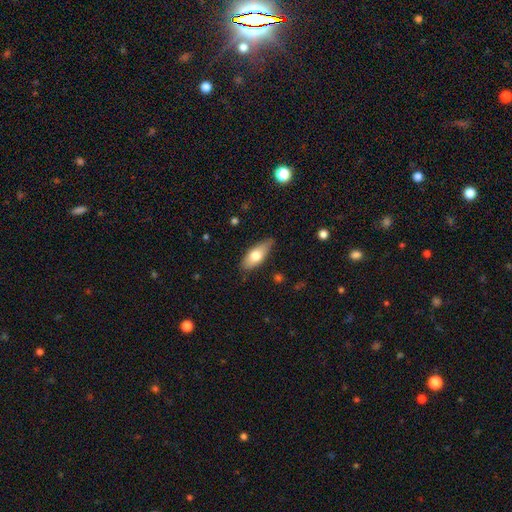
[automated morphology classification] Smooth or featured?
  - smooth: 67% *
  - featured or disk: 27%
  - star or artifact: 6%
How rounded?
  - in between: 75% *
  - cigar-shaped: 23%
  - round: 3%
Merging?
  - none: 81% *
  - minor disturbance: 15%
  - major disturbance: 3%
  - merger: 1%